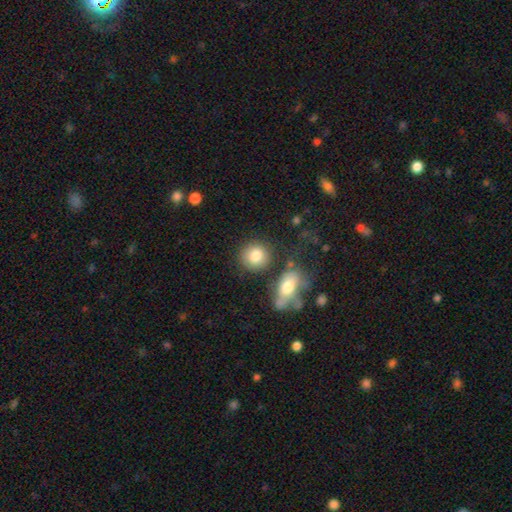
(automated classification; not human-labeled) Smooth or featured? smooth (83%)
How rounded? round (83%)
Merging? none (75%)